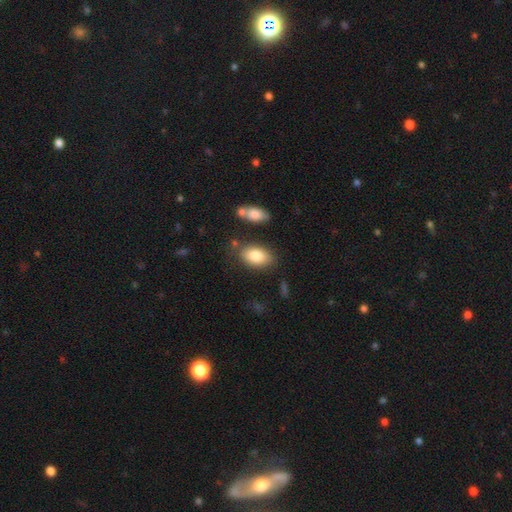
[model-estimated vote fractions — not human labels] Q: Smooth or featured?
A: smooth (84%); runner-up: featured or disk (9%)
Q: How rounded?
A: in between (91%); runner-up: round (7%)
Q: Merging?
A: none (76%); runner-up: minor disturbance (15%)